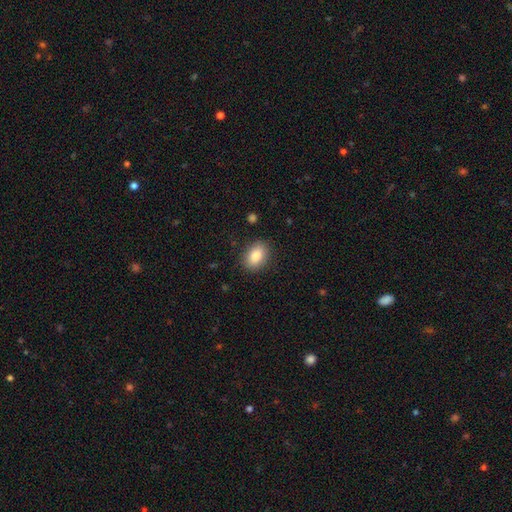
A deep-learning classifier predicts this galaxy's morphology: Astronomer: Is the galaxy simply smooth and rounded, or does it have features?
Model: smooth — 84%.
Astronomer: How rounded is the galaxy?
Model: in between — 82%.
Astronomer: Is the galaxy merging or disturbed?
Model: none — 87%.